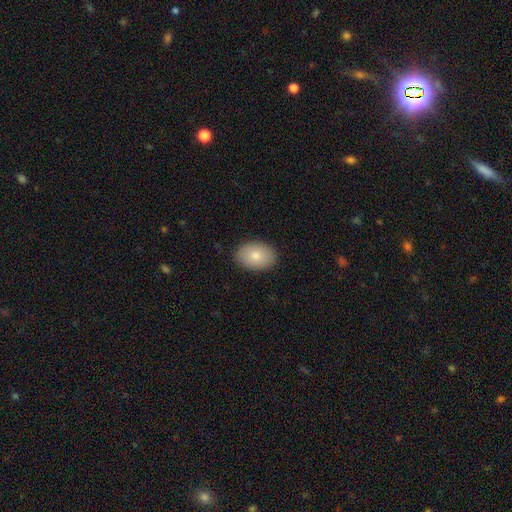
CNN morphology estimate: smooth-or-featured: smooth: 83% | featured or disk: 11% | star or artifact: 6%
  how-rounded: in between: 85% | round: 14% | cigar-shaped: 1%
  merging: none: 88% | minor disturbance: 9% | major disturbance: 2% | merger: 1%